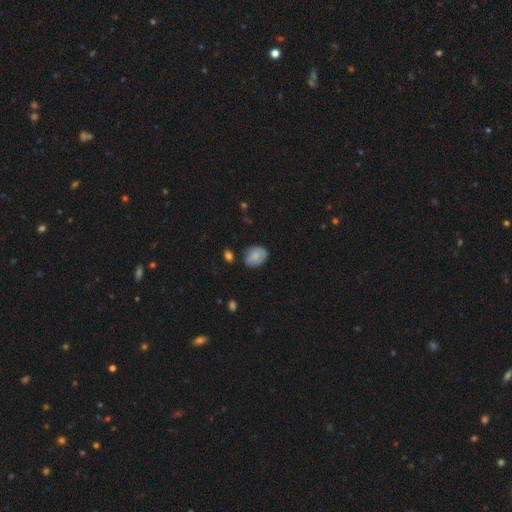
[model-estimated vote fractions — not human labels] Smooth or featured? Predicted: smooth (p=0.76). How rounded? Predicted: in between (p=0.70). Merging? Predicted: none (p=0.65).